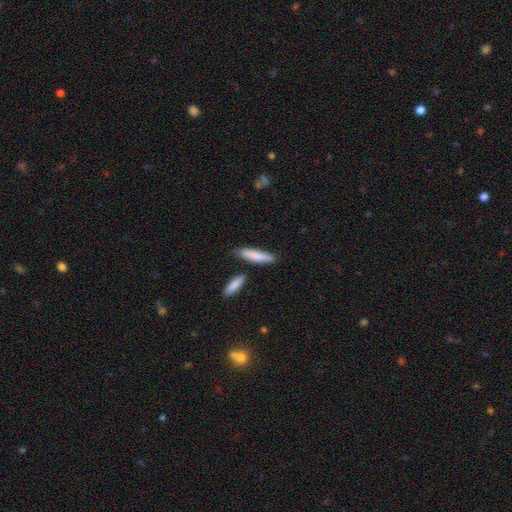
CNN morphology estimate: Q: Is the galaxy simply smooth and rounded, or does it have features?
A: smooth — 83%.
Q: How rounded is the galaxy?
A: cigar-shaped — 74%.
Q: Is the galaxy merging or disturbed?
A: none — 73%.